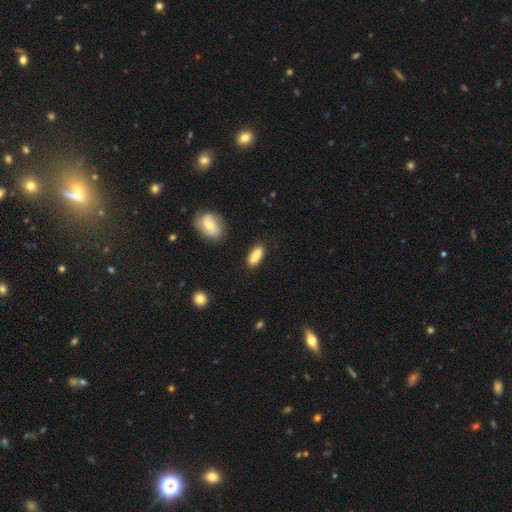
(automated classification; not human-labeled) Smooth or featured: smooth — 82% (featured or disk — 12%)
How rounded: in between — 79% (cigar-shaped — 18%)
Merging: none — 85% (minor disturbance — 11%)